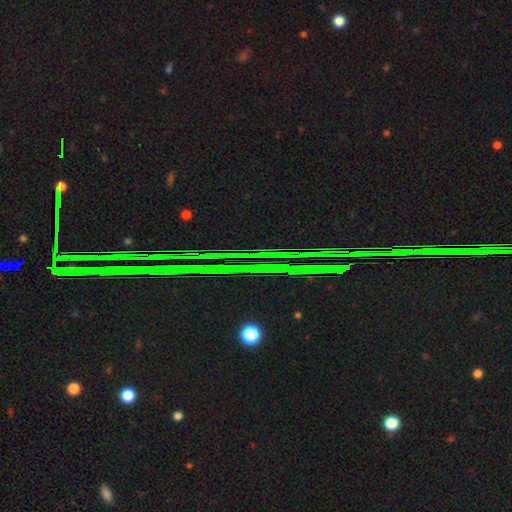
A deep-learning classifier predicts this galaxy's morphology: This is clearly a star or artifact rather than a galaxy (88%).